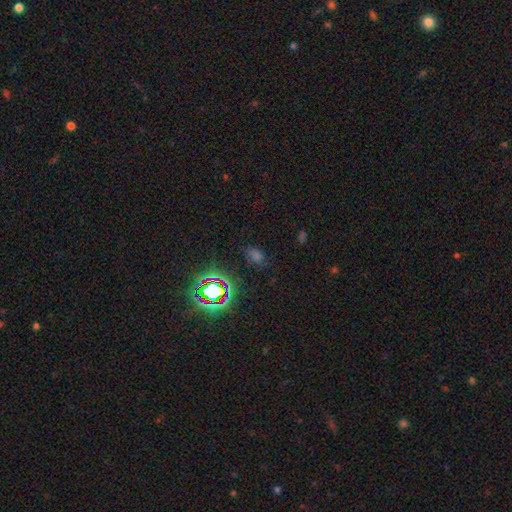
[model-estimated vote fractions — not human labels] This is possibly a star or artifact rather than a galaxy (50%).